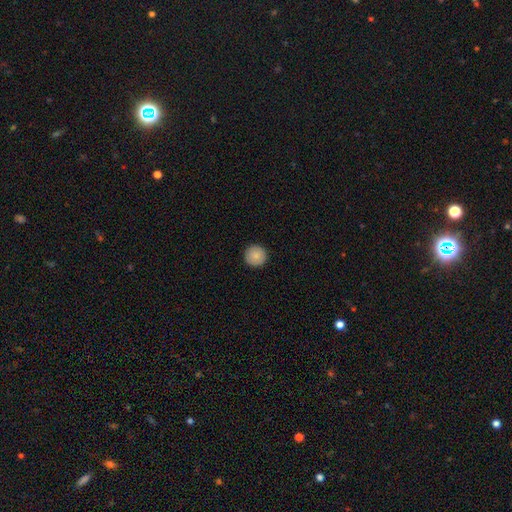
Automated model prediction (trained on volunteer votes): This appears to be a smooth galaxy with no disk features (86%) that is round (96%). Merging: none (93%).